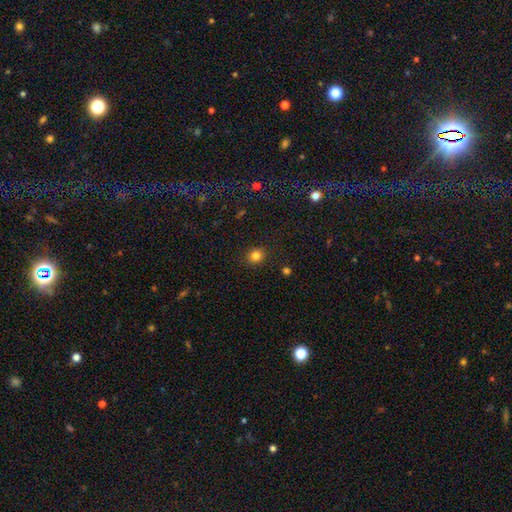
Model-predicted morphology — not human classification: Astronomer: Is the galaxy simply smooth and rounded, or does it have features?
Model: smooth — 82%.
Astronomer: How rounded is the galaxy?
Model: round — 83%.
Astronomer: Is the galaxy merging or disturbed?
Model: none — 90%.